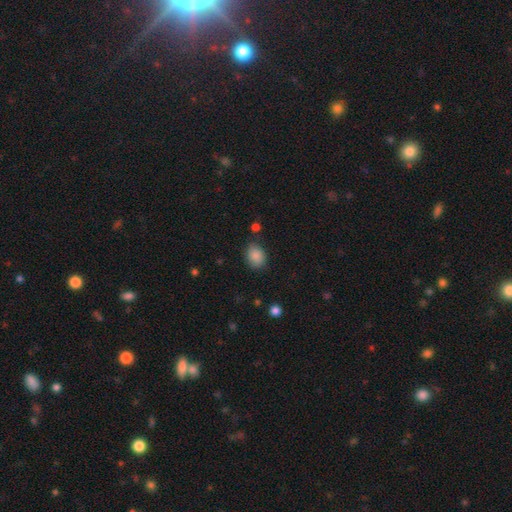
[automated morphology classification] This appears to be a smooth galaxy with no disk features (86%) that is in between round and cigar-shaped (59%). Merging: none (77%).